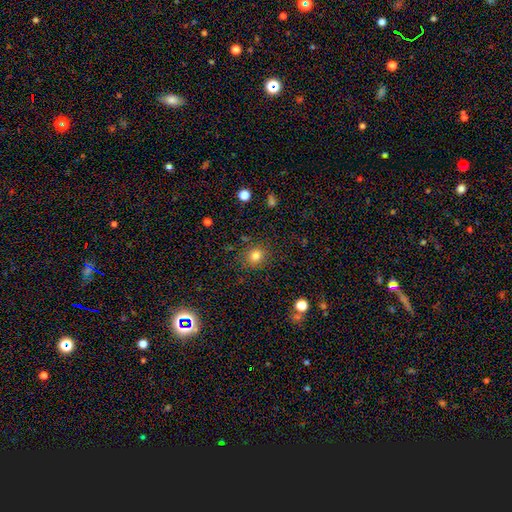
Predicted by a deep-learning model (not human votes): smooth_or_featured: smooth (p=0.81) [alt: star or artifact p=0.13]
how_rounded: round (p=0.77) [alt: in between p=0.22]
merging: none (p=0.85) [alt: minor disturbance p=0.10]